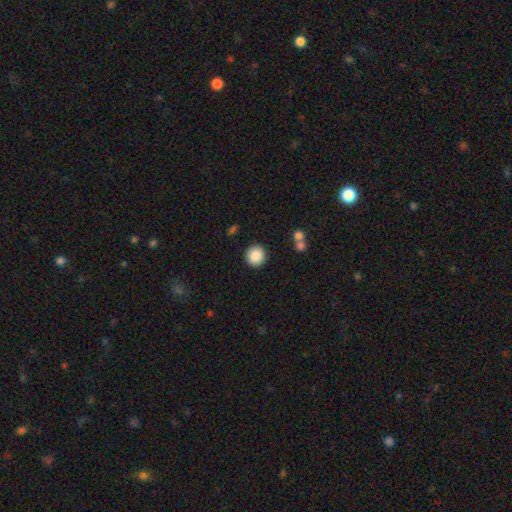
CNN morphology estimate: This is clearly a smooth galaxy (87%). How rounded: clearly round (90%). Merging: clearly none (90%).